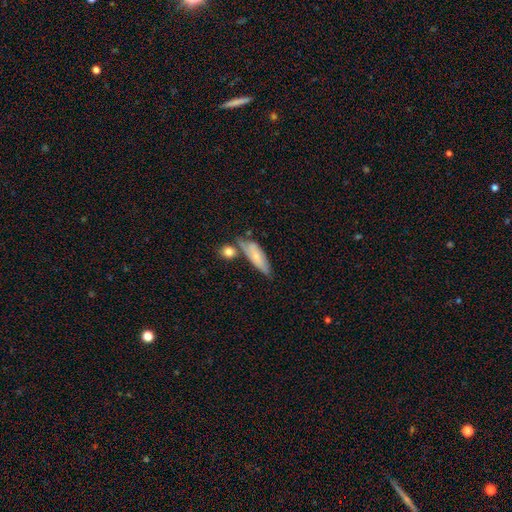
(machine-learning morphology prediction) Smooth or featured? Predicted: smooth (p=0.66). How rounded? Predicted: in between (p=0.55). Merging? Predicted: none (p=0.49).